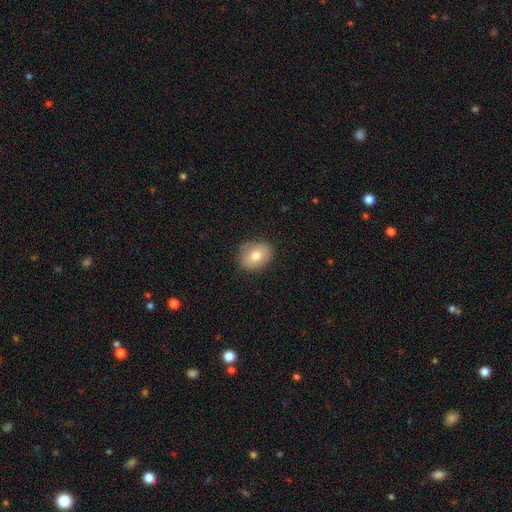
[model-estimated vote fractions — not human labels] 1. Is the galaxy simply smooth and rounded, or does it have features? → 77% smooth, 14% featured or disk, 9% star or artifact.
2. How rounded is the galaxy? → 52% in between, 47% round, 1% cigar-shaped.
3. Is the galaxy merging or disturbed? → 83% none, 14% minor disturbance, 3% major disturbance, 1% merger.